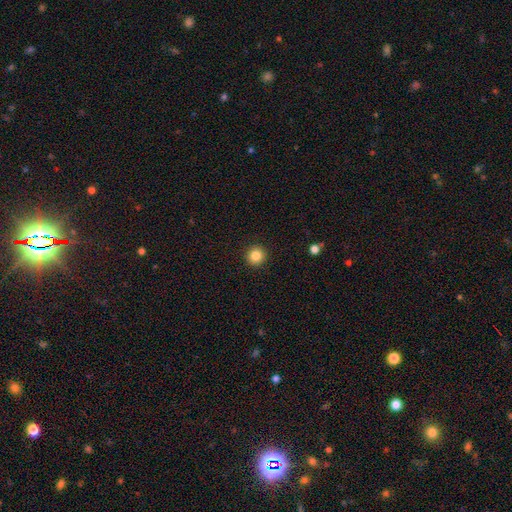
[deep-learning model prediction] Smooth or featured? Predicted: smooth (p=0.84). How rounded? Predicted: round (p=0.95). Merging? Predicted: none (p=0.93).